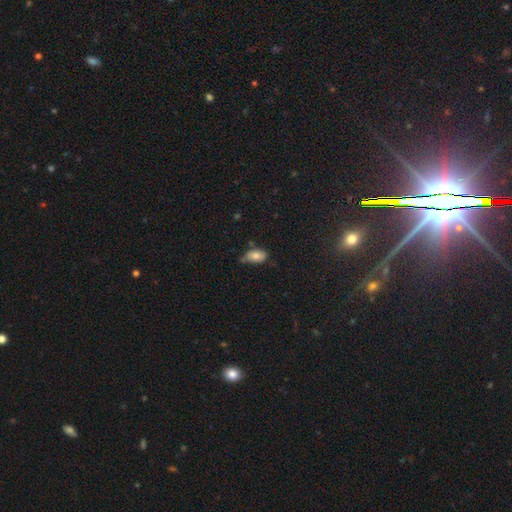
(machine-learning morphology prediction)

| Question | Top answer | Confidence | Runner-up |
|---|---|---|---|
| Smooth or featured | smooth | 76% | featured or disk (15%) |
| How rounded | in between | 91% | round (6%) |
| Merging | none | 47% | minor disturbance (39%) |